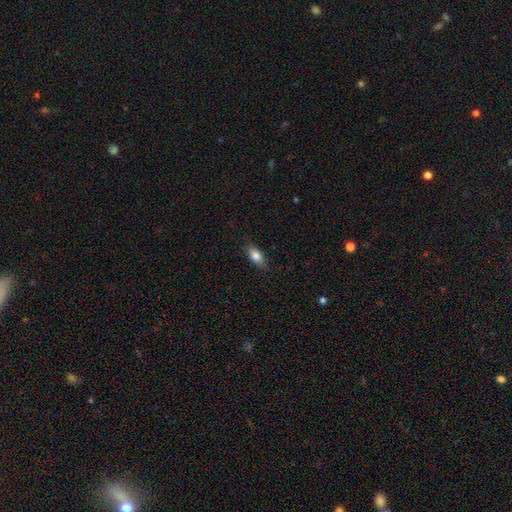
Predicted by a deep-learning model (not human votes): Q: Smooth or featured?
A: smooth (84%); runner-up: featured or disk (9%)
Q: How rounded?
A: in between (86%); runner-up: round (7%)
Q: Merging?
A: none (82%); runner-up: minor disturbance (14%)